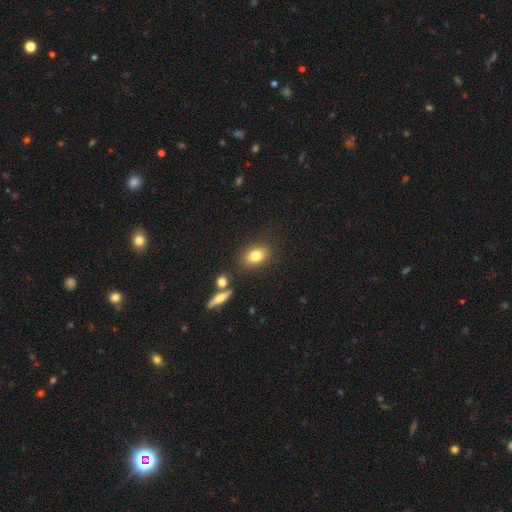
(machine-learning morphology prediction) The model was most divided on "how rounded": in between: 73%, round: 25%, cigar-shaped: 3%. More confident: smooth or featured — smooth (79%); merging — none (78%).